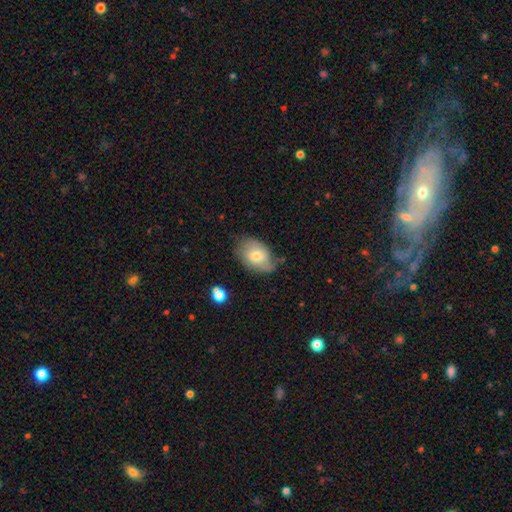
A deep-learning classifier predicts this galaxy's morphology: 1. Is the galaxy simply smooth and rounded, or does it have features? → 61% smooth, 31% featured or disk, 8% star or artifact.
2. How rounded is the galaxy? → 83% in between, 16% round, 1% cigar-shaped.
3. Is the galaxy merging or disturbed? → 60% none, 30% minor disturbance, 8% major disturbance, 2% merger.